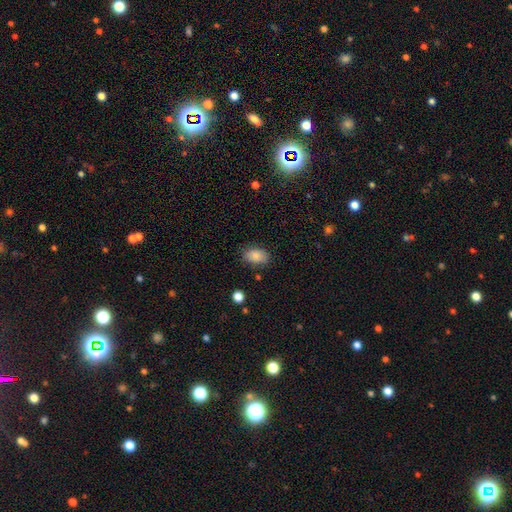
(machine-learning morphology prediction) Smooth or featured? Predicted: smooth (p=0.86). How rounded? Predicted: in between (p=0.88). Merging? Predicted: none (p=0.82).